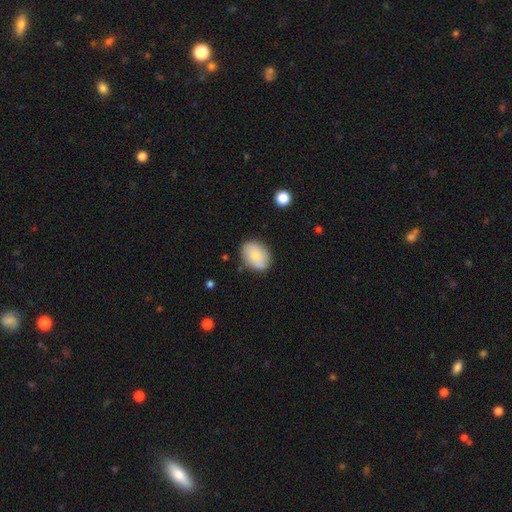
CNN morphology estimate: This is likely a smooth galaxy (75%). How rounded: likely in between (74%). Merging: clearly none (81%).